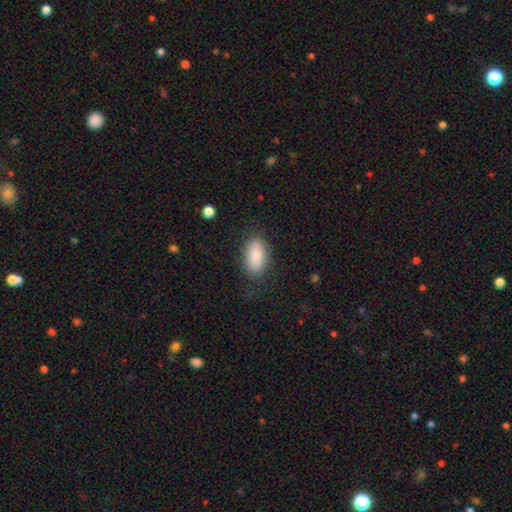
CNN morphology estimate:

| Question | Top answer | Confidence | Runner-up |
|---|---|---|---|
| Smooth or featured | smooth | 85% | featured or disk (8%) |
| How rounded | in between | 90% | cigar-shaped (6%) |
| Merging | none | 79% | minor disturbance (15%) |